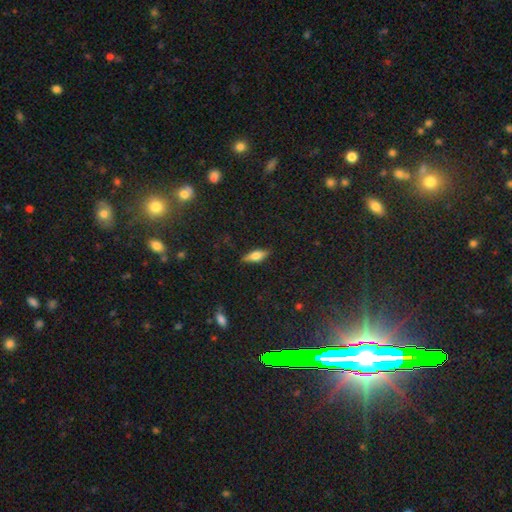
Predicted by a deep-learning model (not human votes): The model was most divided on "smooth or featured": smooth: 54%, featured or disk: 38%, star or artifact: 8%. More confident: merging — none (84%); how rounded — in between (60%).